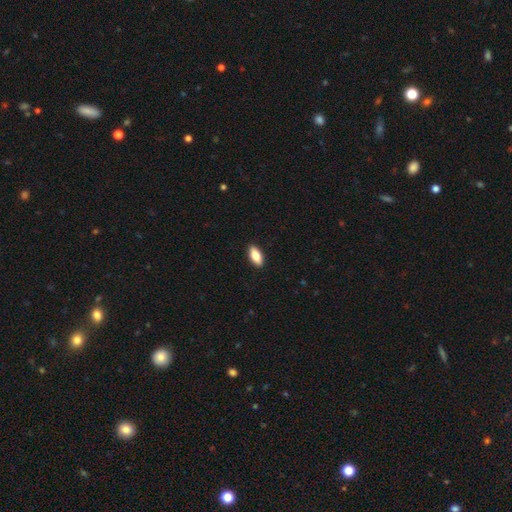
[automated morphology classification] A smooth galaxy with no disk features (83%) that is in between round and cigar-shaped (86%). Merging: none (91%).